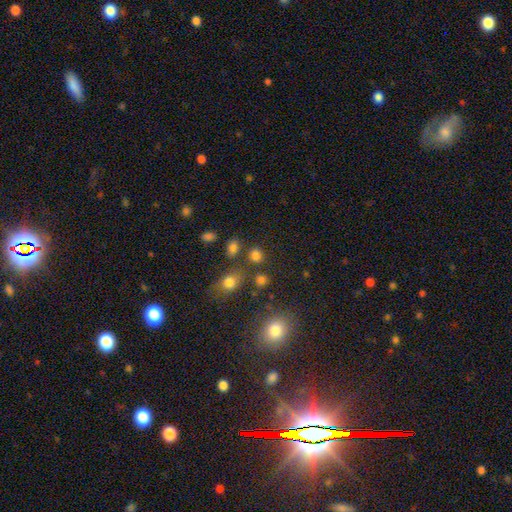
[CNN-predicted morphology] The model was most divided on "how rounded": round: 77%, in between: 22%, cigar-shaped: 1%. More confident: smooth or featured — smooth (79%); merging — none (75%).